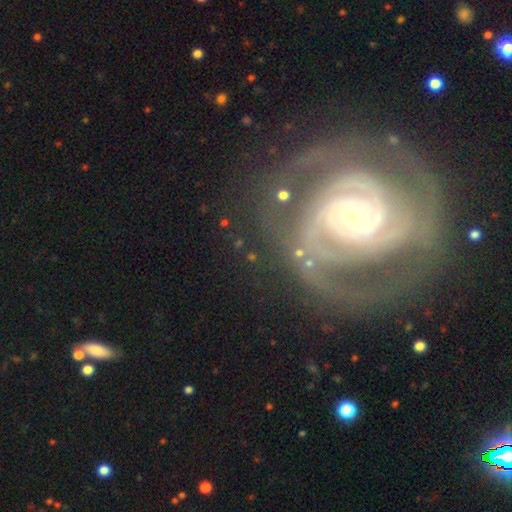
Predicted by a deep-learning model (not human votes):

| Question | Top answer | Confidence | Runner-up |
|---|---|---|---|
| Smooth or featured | featured or disk | 88% | star or artifact (6%) |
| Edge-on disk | no | 98% | yes (2%) |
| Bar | no | 67% | weak (22%) |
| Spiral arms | yes | 97% | no (3%) |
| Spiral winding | tight | 68% | medium (27%) |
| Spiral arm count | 2 | 44% | 3 (18%) |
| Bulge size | small | 78% | moderate (15%) |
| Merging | none | 72% | minor disturbance (16%) |